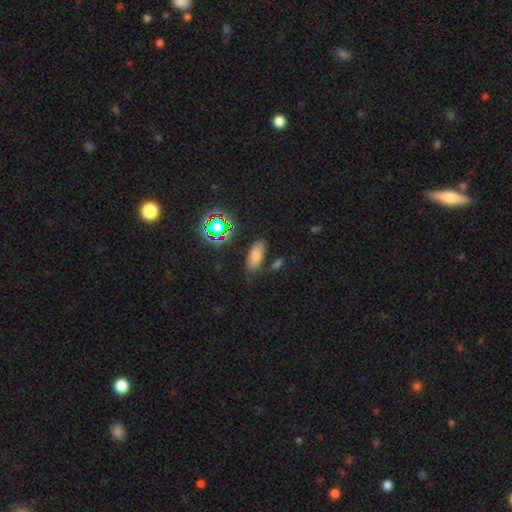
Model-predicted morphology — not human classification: Smooth or featured: smooth — 72% (star or artifact — 17%)
How rounded: in between — 81% (cigar-shaped — 15%)
Merging: none — 75% (minor disturbance — 15%)